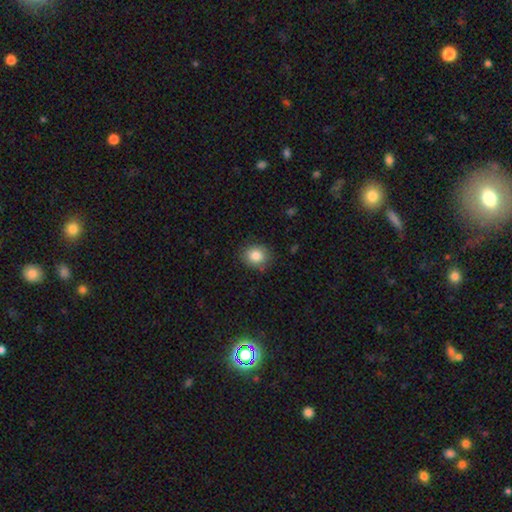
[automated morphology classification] Smooth or featured?
  - smooth: 84% *
  - star or artifact: 10%
  - featured or disk: 6%
How rounded?
  - round: 71% *
  - in between: 28%
  - cigar-shaped: 1%
Merging?
  - none: 85% *
  - minor disturbance: 11%
  - major disturbance: 3%
  - merger: 1%